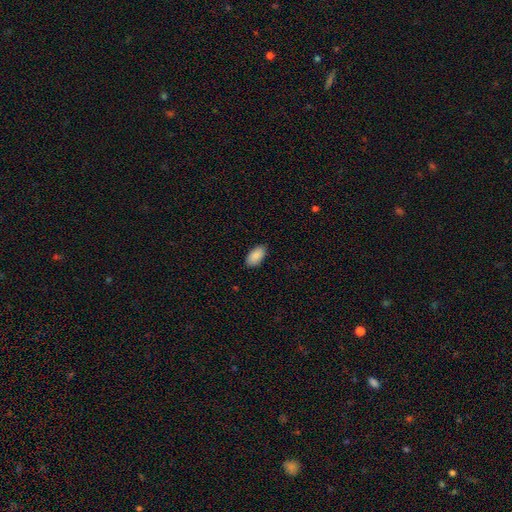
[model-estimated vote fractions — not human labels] Smooth or featured: smooth — 90% (star or artifact — 6%)
How rounded: in between — 95% (round — 2%)
Merging: none — 87% (minor disturbance — 10%)